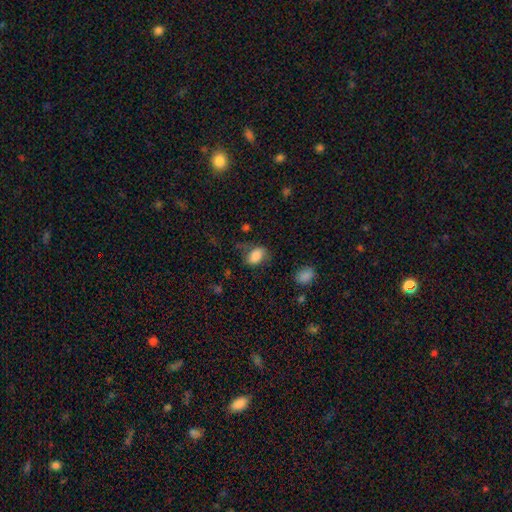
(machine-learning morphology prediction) type=smooth (82%); roundness=in between (84%); merging=none (58%).